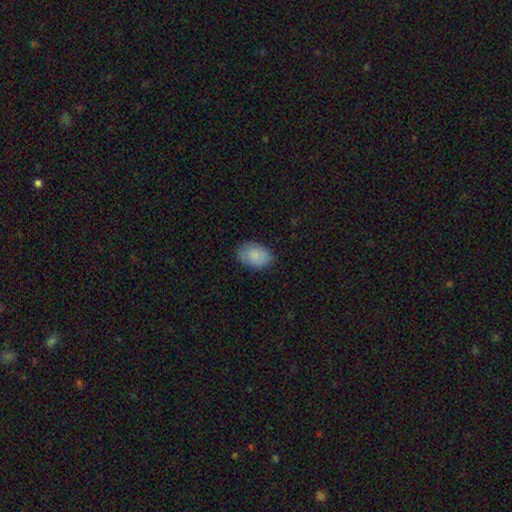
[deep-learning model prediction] Morphology: type=smooth (84%); roundness=in between (86%); merging=none (82%).